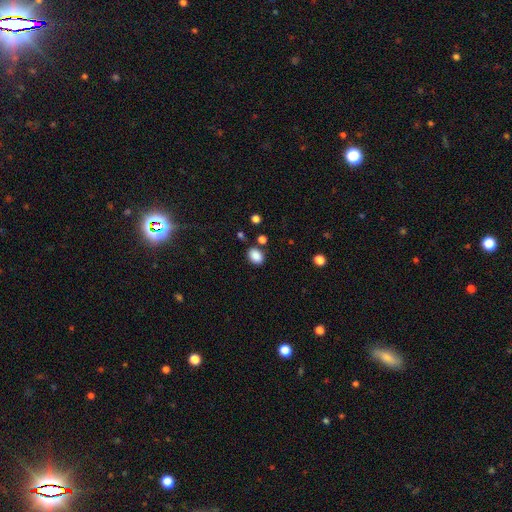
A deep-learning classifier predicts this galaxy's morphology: A smooth galaxy with no disk features (87%) that is in between round and cigar-shaped (66%).

Vote fractions:
- Smooth or featured? smooth: 87% / star or artifact: 9% / featured or disk: 4%
- How rounded? in between: 66% / round: 33% / cigar-shaped: 1%
- Merging? none: 79% / minor disturbance: 12% / merger: 5% / major disturbance: 4%